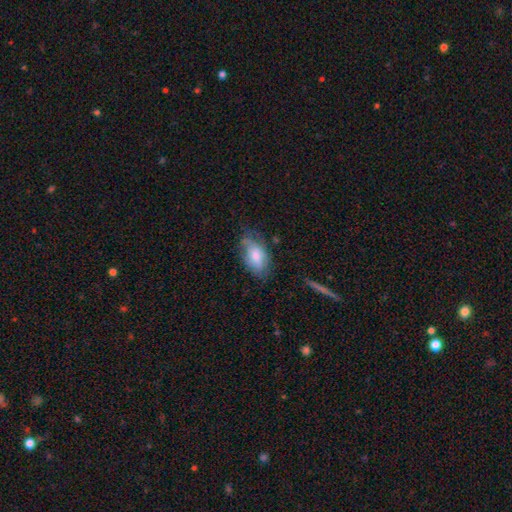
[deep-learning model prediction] This appears to be a smooth galaxy with no disk features (70%) that is in between round and cigar-shaped (91%). Merging: none (56%).